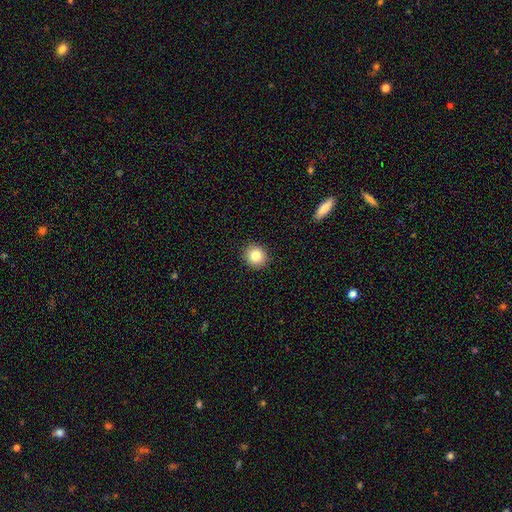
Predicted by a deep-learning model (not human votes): smooth_or_featured: smooth (p=0.83) [alt: star or artifact p=0.10]
how_rounded: round (p=0.86) [alt: in between p=0.13]
merging: none (p=0.92) [alt: minor disturbance p=0.06]